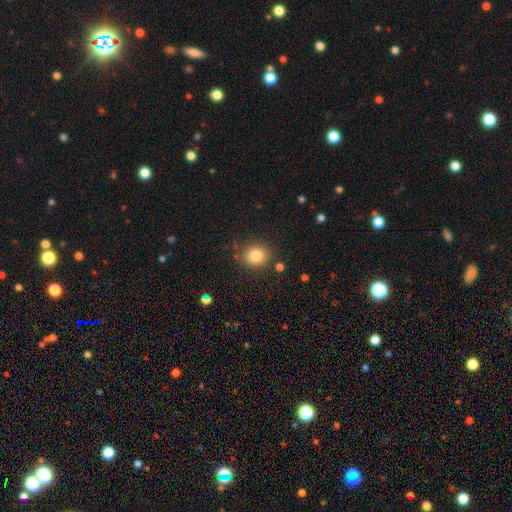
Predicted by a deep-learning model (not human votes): smooth-or-featured: smooth: 82% | star or artifact: 11% | featured or disk: 7%
  how-rounded: round: 78% | in between: 22% | cigar-shaped: 1%
  merging: none: 83% | minor disturbance: 10% | merger: 3% | major disturbance: 3%